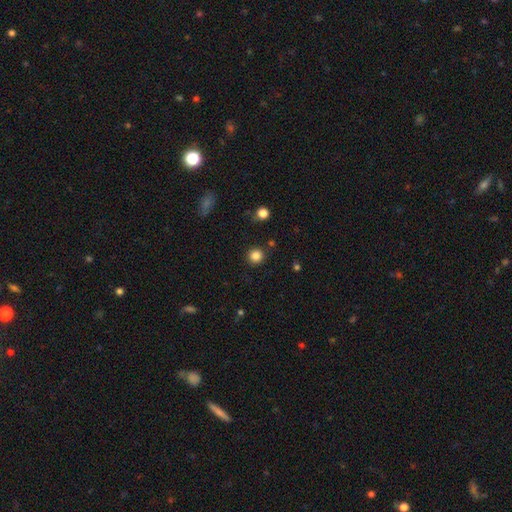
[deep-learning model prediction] Q: Smooth or featured?
A: smooth (84%); runner-up: star or artifact (12%)
Q: How rounded?
A: round (94%); runner-up: in between (6%)
Q: Merging?
A: none (89%); runner-up: minor disturbance (6%)